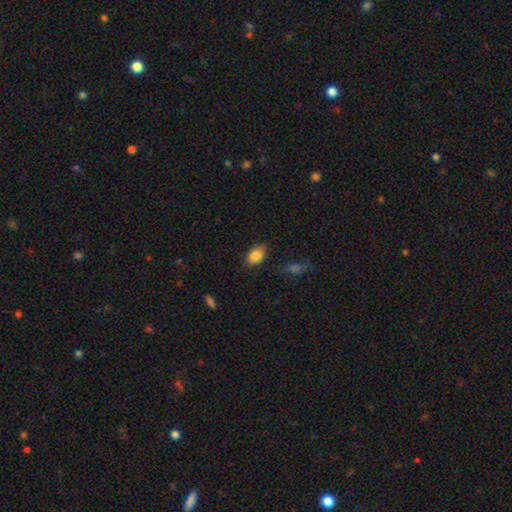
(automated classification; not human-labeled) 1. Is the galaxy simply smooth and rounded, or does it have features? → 85% smooth, 8% star or artifact, 7% featured or disk.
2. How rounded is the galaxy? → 85% in between, 13% round, 1% cigar-shaped.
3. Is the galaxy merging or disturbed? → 80% none, 15% minor disturbance, 3% major disturbance, 2% merger.